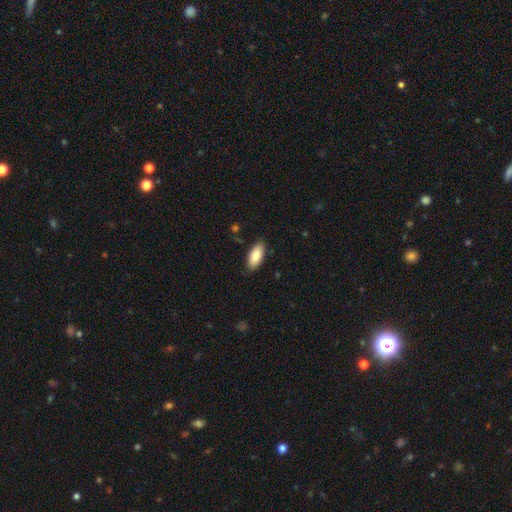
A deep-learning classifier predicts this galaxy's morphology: Smooth or featured: smooth — 85% (featured or disk — 9%)
How rounded: in between — 89% (cigar-shaped — 9%)
Merging: none — 86% (minor disturbance — 10%)